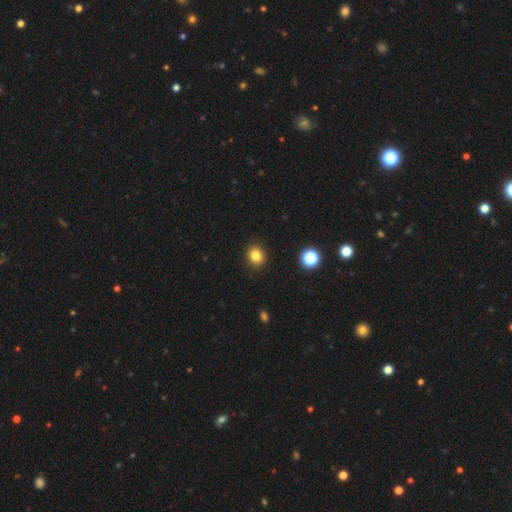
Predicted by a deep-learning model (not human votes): A smooth galaxy with no disk features (82%) that is round (75%).

Vote fractions:
- Smooth or featured? smooth: 82% / star or artifact: 13% / featured or disk: 6%
- How rounded? round: 75% / in between: 24% / cigar-shaped: 1%
- Merging? none: 90% / minor disturbance: 6% / major disturbance: 2% / merger: 1%